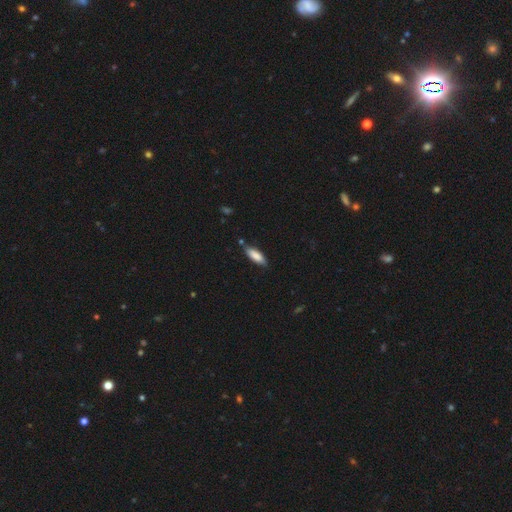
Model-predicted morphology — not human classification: A smooth galaxy with no disk features (84%) that is in between round and cigar-shaped (63%). Merging: none (78%).